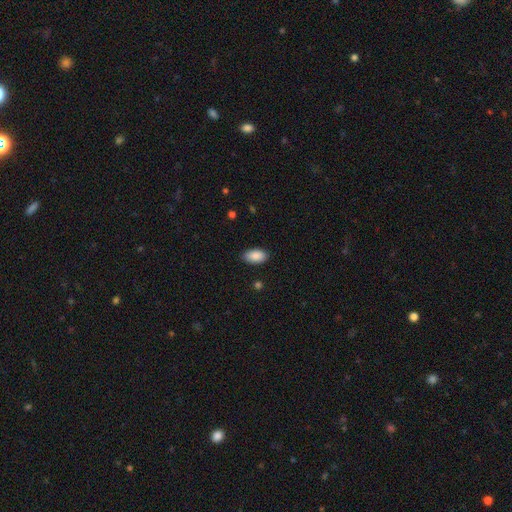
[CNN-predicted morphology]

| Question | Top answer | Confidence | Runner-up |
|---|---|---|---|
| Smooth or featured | smooth | 90% | star or artifact (7%) |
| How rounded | in between | 94% | round (3%) |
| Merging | none | 88% | minor disturbance (9%) |